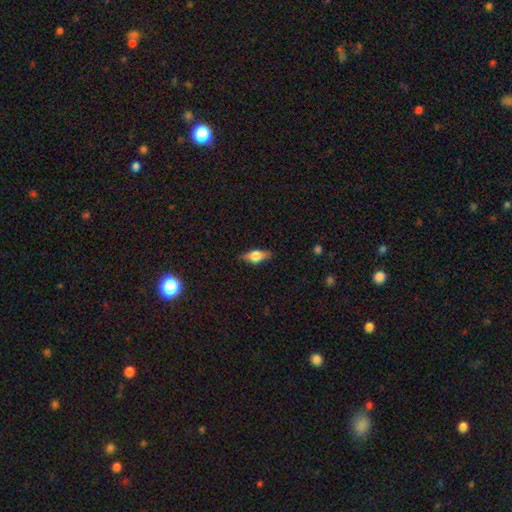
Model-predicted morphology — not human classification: This appears to be a smooth galaxy with no disk features (49%). Merging: none (84%).